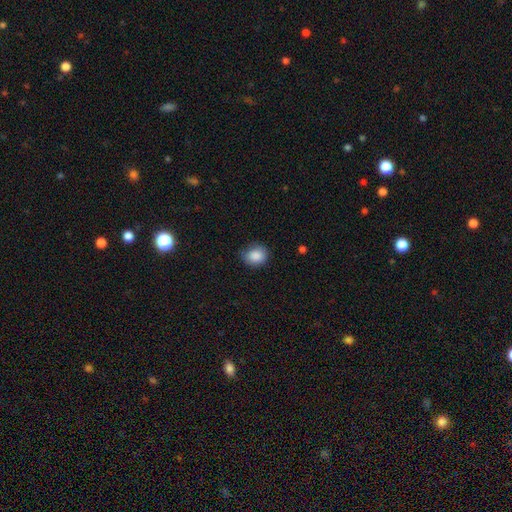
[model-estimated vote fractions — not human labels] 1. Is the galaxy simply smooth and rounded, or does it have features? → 88% smooth, 8% star or artifact, 4% featured or disk.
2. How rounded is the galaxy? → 61% round, 38% in between, 1% cigar-shaped.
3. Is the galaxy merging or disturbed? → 73% none, 22% minor disturbance, 4% major disturbance, 1% merger.